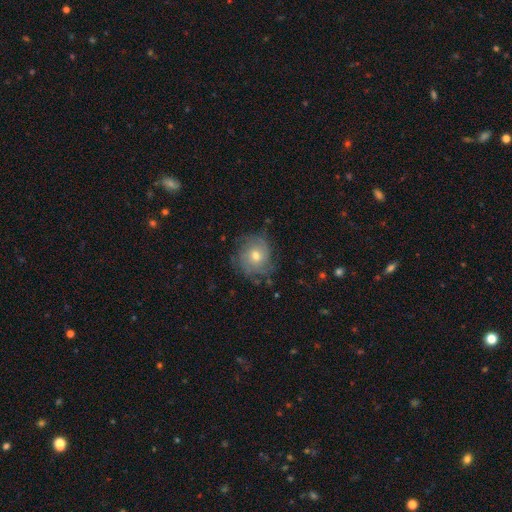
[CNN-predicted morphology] Smooth or featured? featured or disk (50%)
Merging? none (70%)